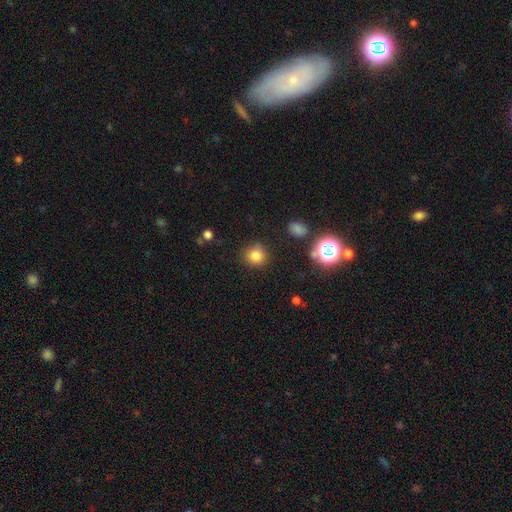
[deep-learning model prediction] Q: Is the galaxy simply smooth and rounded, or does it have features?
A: smooth — 80%.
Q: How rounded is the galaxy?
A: round — 88%.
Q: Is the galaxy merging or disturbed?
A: none — 86%.